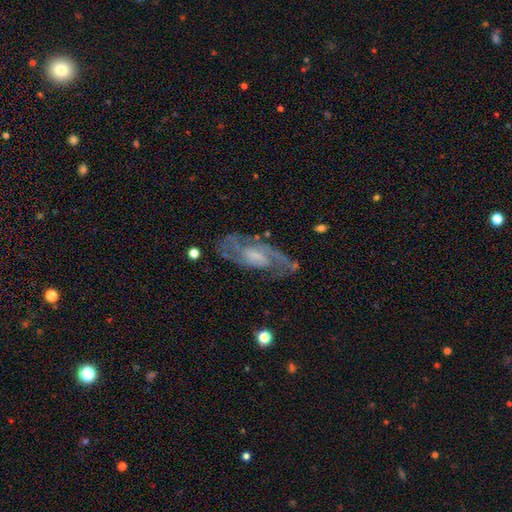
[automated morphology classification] This appears to be a featured or disk galaxy (85%) with a weak bar (48%), 2 (67%) medium (51%) spiral arms (94%) and a small central bulge (51%). Merging: none (69%).